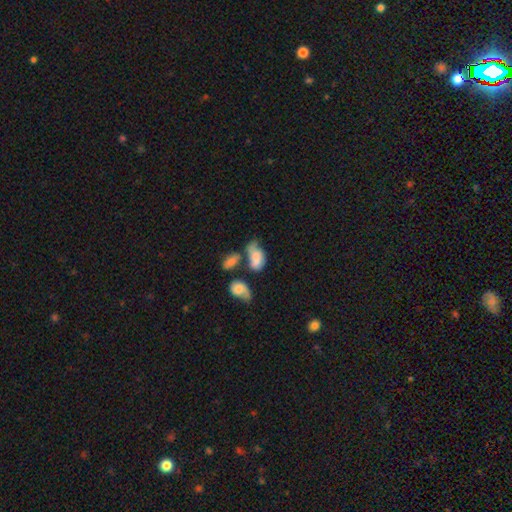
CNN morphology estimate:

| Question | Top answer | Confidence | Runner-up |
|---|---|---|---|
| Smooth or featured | smooth | 65% | featured or disk (26%) |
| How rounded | in between | 90% | round (8%) |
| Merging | merger | 36% | major disturbance (22%) |